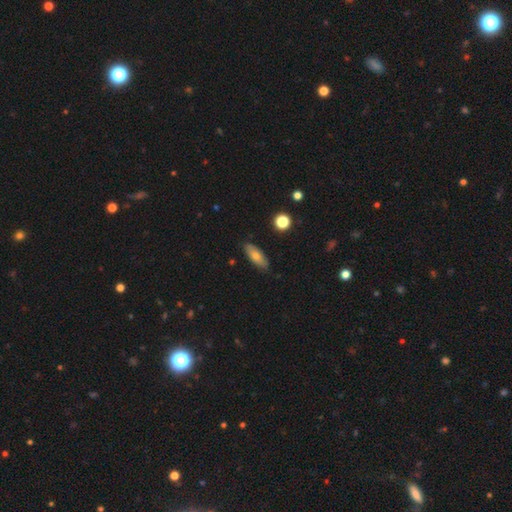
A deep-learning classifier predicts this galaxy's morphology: Overall: smooth (69%). How rounded: in between (70%). Merging: none (85%).